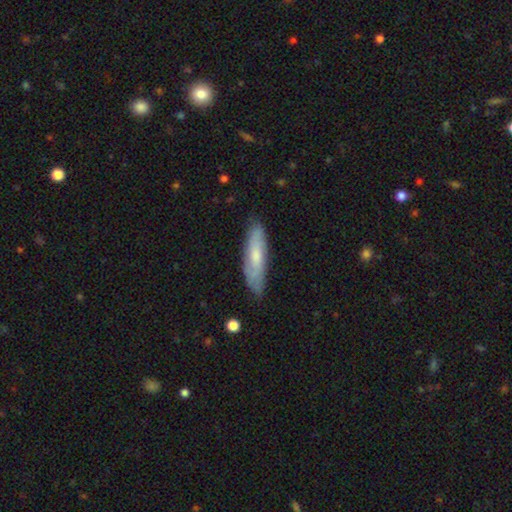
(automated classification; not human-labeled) smooth-or-featured: smooth: 57% | featured or disk: 37% | star or artifact: 6%
  how-rounded: cigar-shaped: 64% | in between: 35% | round: 2%
  merging: none: 76% | minor disturbance: 19% | major disturbance: 3% | merger: 1%